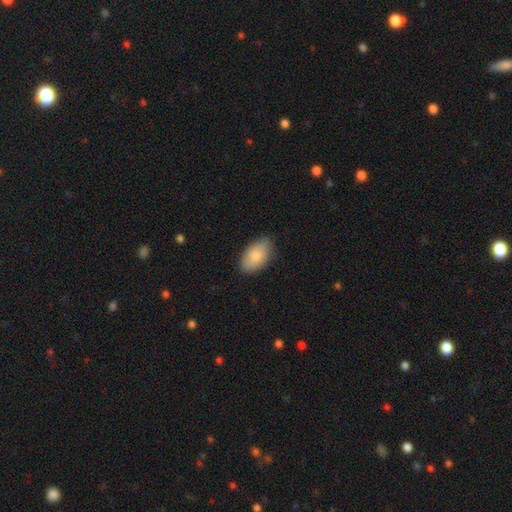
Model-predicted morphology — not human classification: This is clearly a smooth galaxy (85%). How rounded: clearly in between (94%). Merging: clearly none (82%).